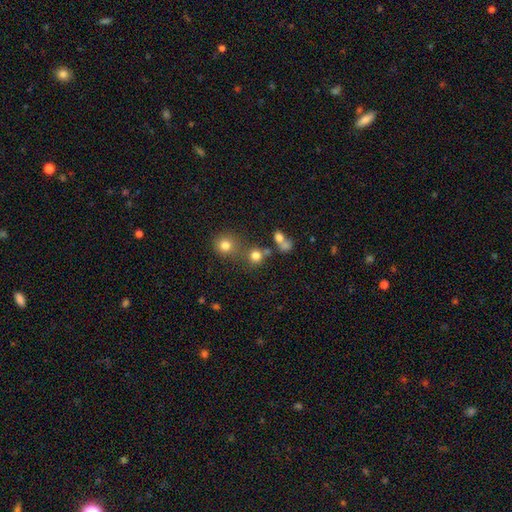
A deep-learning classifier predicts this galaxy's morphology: Smooth or featured?
  - smooth: 76% *
  - star or artifact: 16%
  - featured or disk: 8%
How rounded?
  - round: 86% *
  - in between: 13%
  - cigar-shaped: 1%
Merging?
  - none: 58% *
  - merger: 29%
  - minor disturbance: 8%
  - major disturbance: 5%